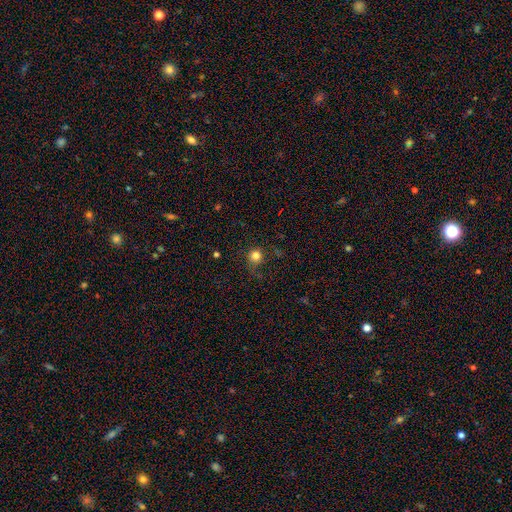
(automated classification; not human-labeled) Smooth or featured? smooth (80%)
How rounded? round (91%)
Merging? none (72%)